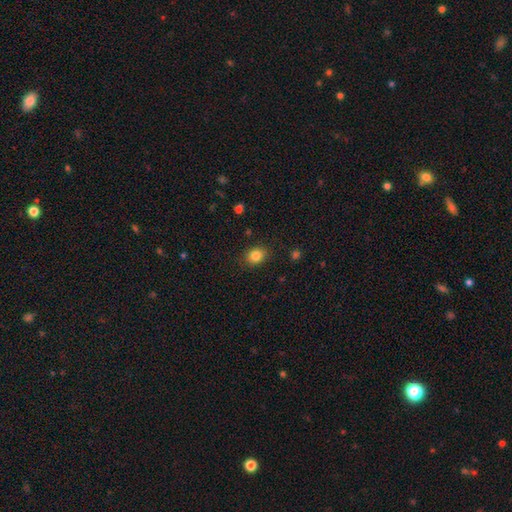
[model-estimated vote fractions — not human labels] This appears to be a smooth galaxy with no disk features (84%) that is round (55%). Merging: none (86%).